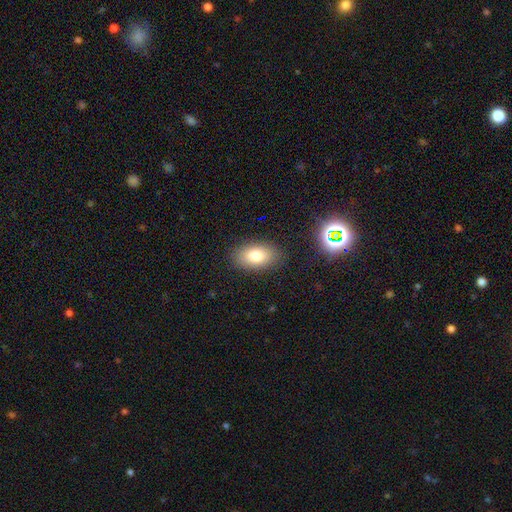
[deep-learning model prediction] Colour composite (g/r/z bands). It shows a smooth galaxy with no disk features (81%) that is in between round and cigar-shaped (91%). Merging: none (85%).